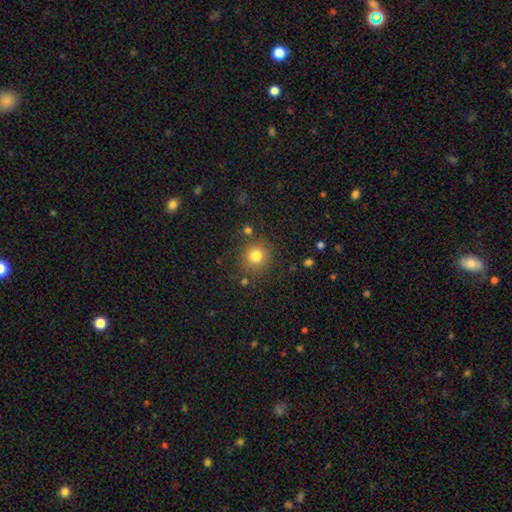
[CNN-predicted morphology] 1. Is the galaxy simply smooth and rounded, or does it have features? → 80% smooth, 13% star or artifact, 7% featured or disk.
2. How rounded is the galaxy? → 93% round, 6% in between, 1% cigar-shaped.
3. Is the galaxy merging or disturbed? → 85% none, 8% minor disturbance, 4% merger, 3% major disturbance.